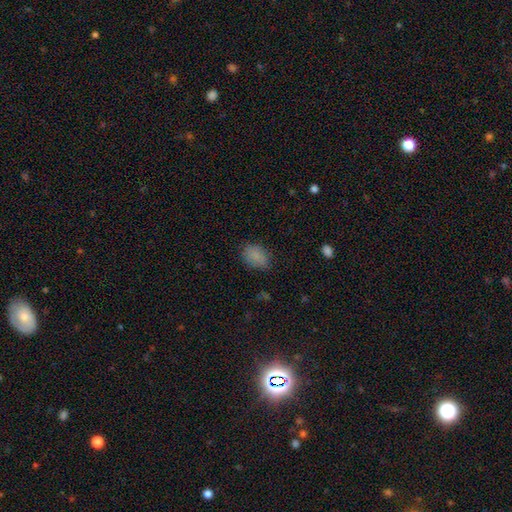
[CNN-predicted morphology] The model was most divided on "merging": none: 77%, minor disturbance: 18%, major disturbance: 4%, merger: 1%. More confident: smooth or featured — smooth (84%); how rounded — in between (80%).